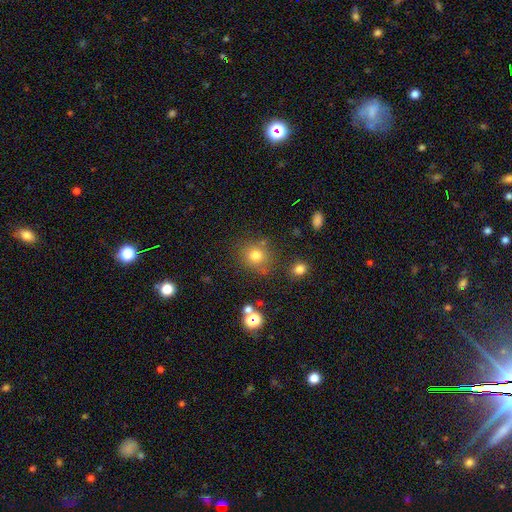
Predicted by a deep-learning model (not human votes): Smooth or featured: smooth — 76% (star or artifact — 16%)
How rounded: round — 82% (in between — 17%)
Merging: none — 74% (minor disturbance — 14%)